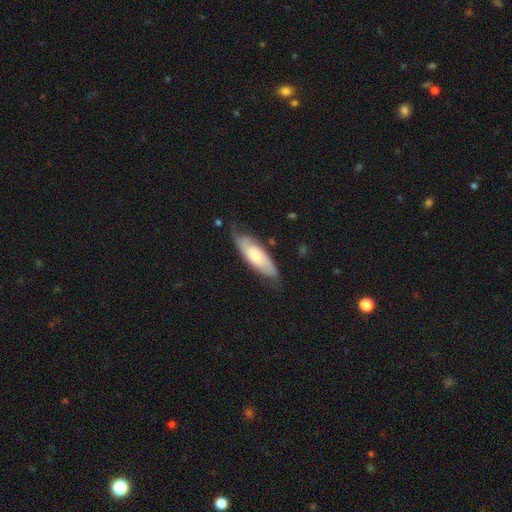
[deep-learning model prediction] smooth_or_featured: featured or disk (p=0.49) [alt: smooth p=0.45]
merging: none (p=0.63) [alt: minor disturbance p=0.28]